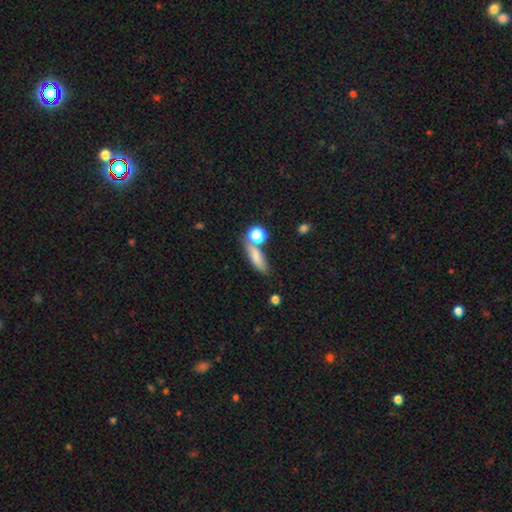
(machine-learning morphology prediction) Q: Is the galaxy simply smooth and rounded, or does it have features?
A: smooth — 75%.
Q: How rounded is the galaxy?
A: cigar-shaped — 47%.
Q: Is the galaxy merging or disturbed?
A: none — 62%.